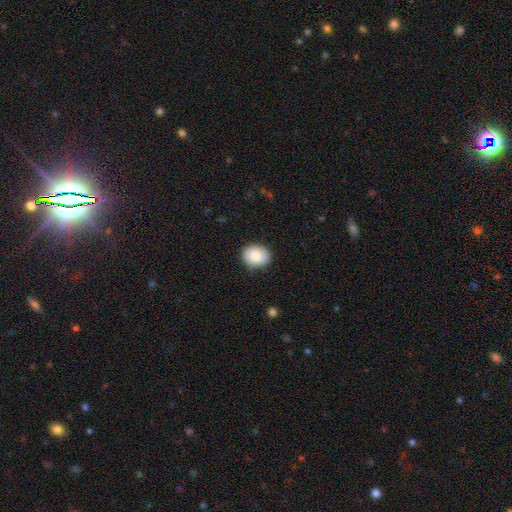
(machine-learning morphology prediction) A smooth galaxy with no disk features (81%) that is in between round and cigar-shaped (51%). Merging: none (86%).